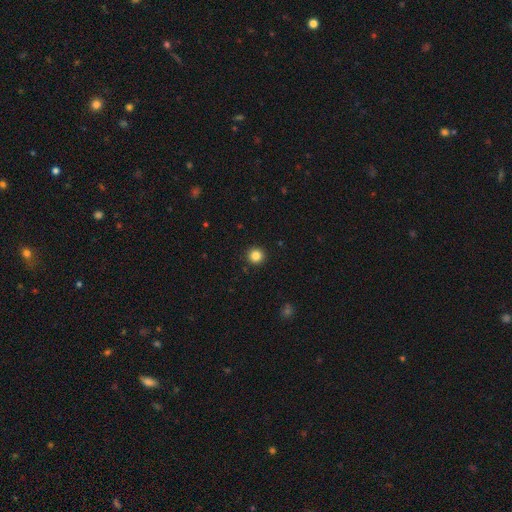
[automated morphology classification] Smooth or featured? Predicted: smooth (p=0.84). How rounded? Predicted: round (p=0.96). Merging? Predicted: none (p=0.93).